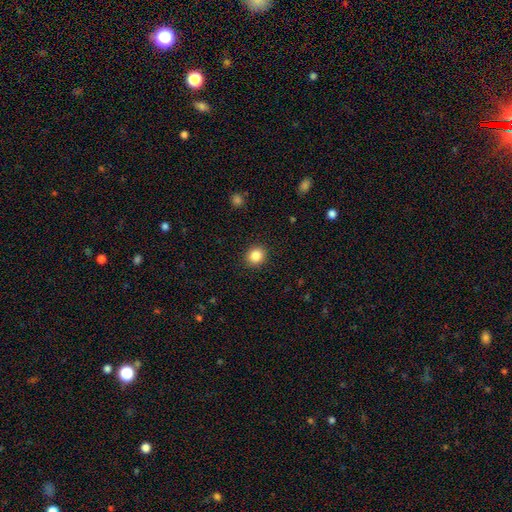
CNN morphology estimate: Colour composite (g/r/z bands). It shows a smooth galaxy with no disk features (85%) that is round (82%). Merging: none (91%).